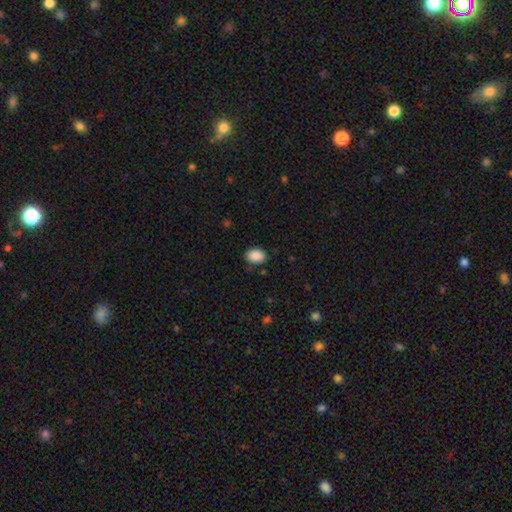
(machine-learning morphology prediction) smooth-or-featured: smooth: 90% | star or artifact: 8% | featured or disk: 3%
  how-rounded: in between: 81% | round: 18% | cigar-shaped: 1%
  merging: none: 86% | minor disturbance: 11% | major disturbance: 3% | merger: 1%